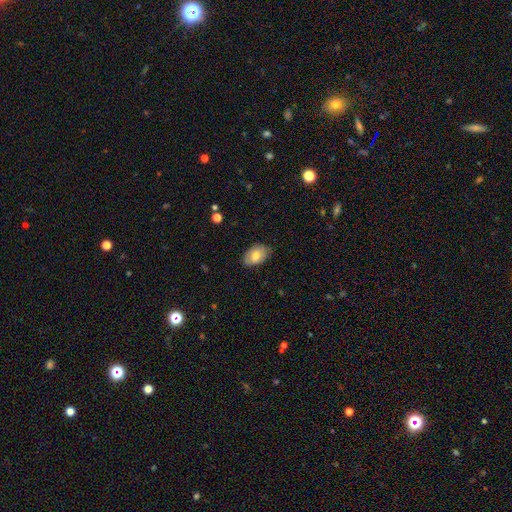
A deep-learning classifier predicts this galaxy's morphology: Overall: smooth (69%). How rounded: in between (89%). Merging: none (76%).